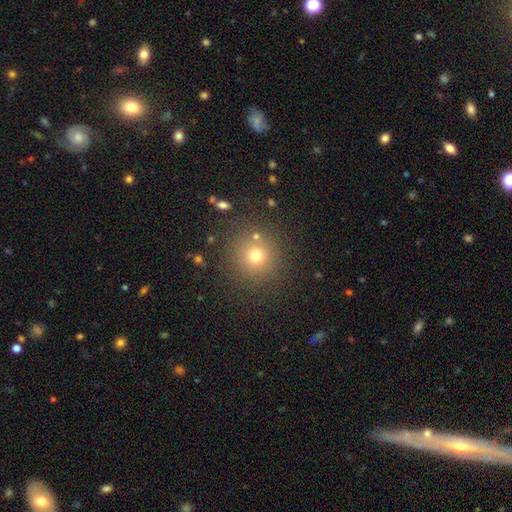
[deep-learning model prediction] Q: Smooth or featured?
A: smooth (72%); runner-up: star or artifact (18%)
Q: How rounded?
A: round (94%); runner-up: in between (6%)
Q: Merging?
A: none (84%); runner-up: minor disturbance (8%)